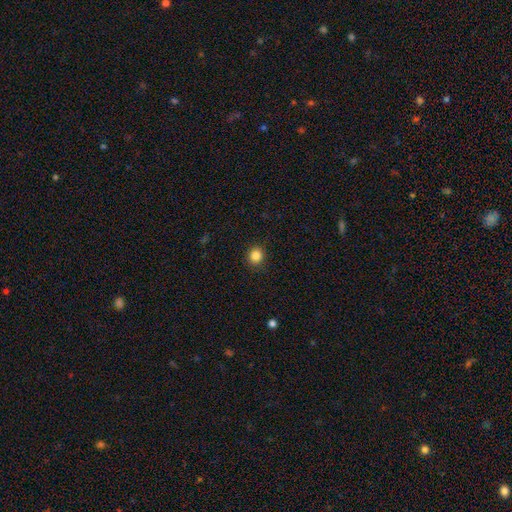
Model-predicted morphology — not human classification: smooth 85%, star or artifact 11%, featured or disk 4%. Down the decision tree: how rounded — round (87%); merging — none (90%).